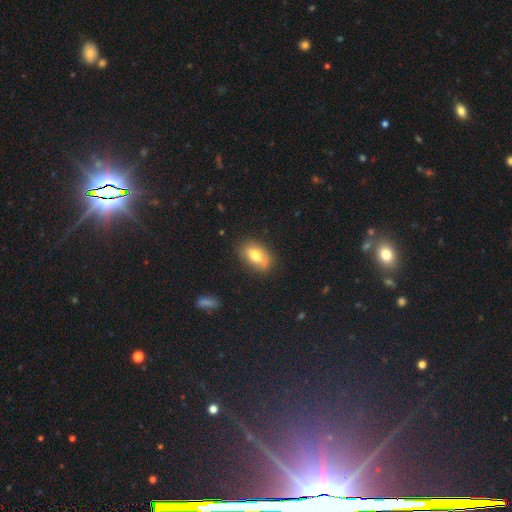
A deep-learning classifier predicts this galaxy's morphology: Smooth or featured? smooth (72%)
How rounded? in between (88%)
Merging? none (74%)